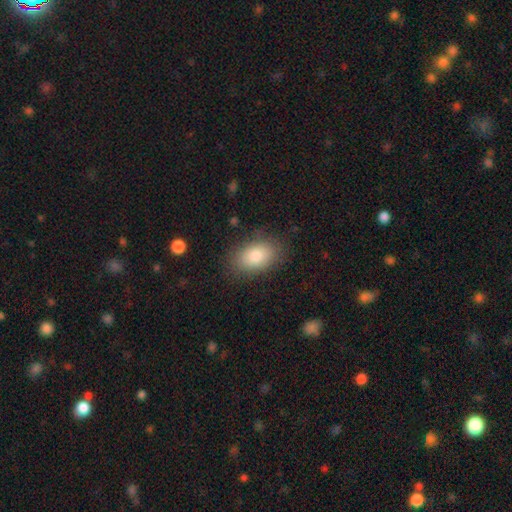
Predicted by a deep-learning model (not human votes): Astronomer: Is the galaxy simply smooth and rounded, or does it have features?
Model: smooth — 84%.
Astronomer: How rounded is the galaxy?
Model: in between — 89%.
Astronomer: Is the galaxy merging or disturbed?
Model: none — 82%.